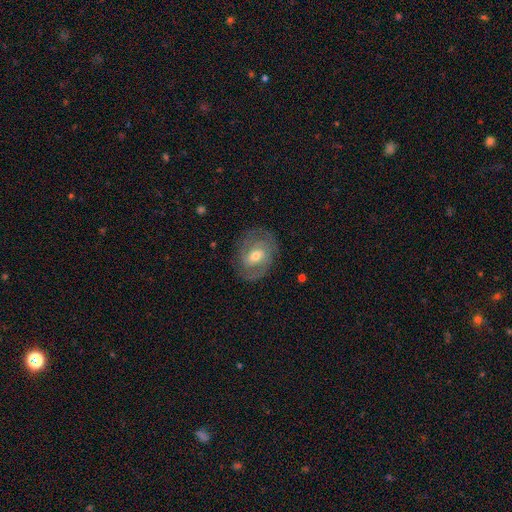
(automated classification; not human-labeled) Smooth or featured? featured or disk (75%)
Edge-on disk? no (96%)
Bar? weak (46%)
Spiral arms? yes (86%)
Spiral winding? tight (53%)
Spiral arm count? 2 (62%)
Bulge size? moderate (65%)
Merging? none (78%)